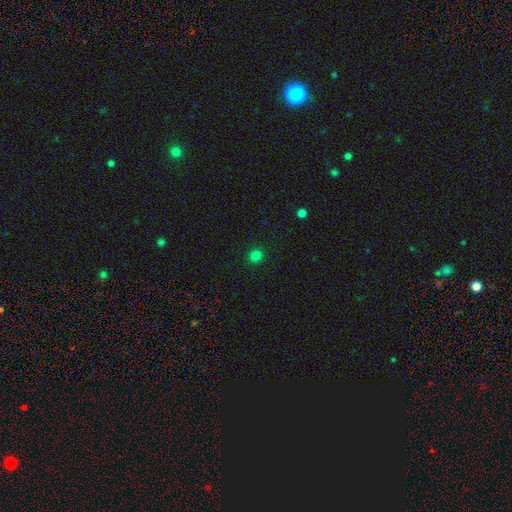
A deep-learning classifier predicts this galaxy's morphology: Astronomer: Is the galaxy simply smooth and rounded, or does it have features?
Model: smooth — 81%.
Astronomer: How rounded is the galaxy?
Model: round — 92%.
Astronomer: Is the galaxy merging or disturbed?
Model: none — 92%.